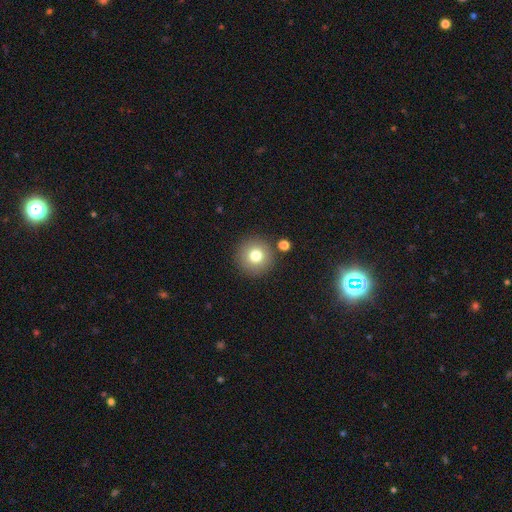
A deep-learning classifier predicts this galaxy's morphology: Smooth or featured? Predicted: smooth (p=0.78). How rounded? Predicted: round (p=0.95). Merging? Predicted: none (p=0.86).